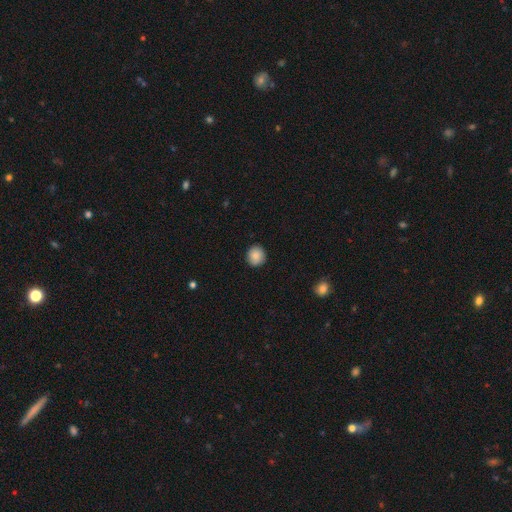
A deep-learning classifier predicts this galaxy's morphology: Q: Smooth or featured?
A: smooth (87%); runner-up: star or artifact (8%)
Q: How rounded?
A: round (91%); runner-up: in between (8%)
Q: Merging?
A: none (90%); runner-up: minor disturbance (7%)